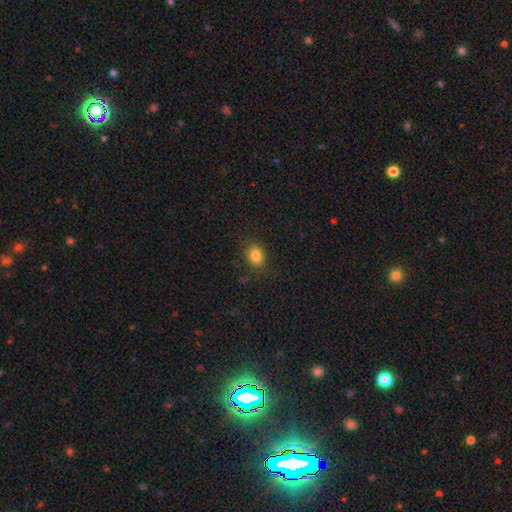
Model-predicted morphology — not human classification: Smooth or featured? Predicted: smooth (p=0.83). How rounded? Predicted: round (p=0.51). Merging? Predicted: none (p=0.85).